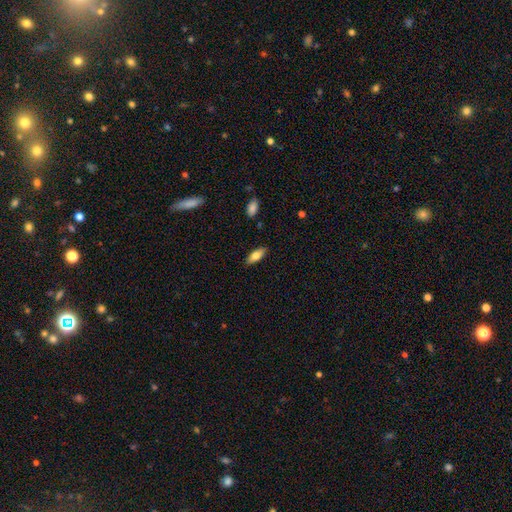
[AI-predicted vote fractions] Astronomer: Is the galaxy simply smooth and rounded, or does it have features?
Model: smooth — 77%.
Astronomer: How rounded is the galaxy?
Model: in between — 74%.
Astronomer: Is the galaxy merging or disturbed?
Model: none — 86%.